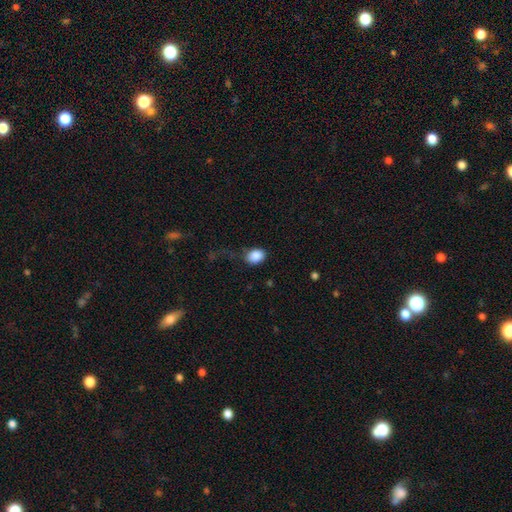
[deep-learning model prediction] Smooth or featured: smooth — 88% (star or artifact — 8%)
How rounded: in between — 62% (round — 37%)
Merging: none — 69% (minor disturbance — 20%)